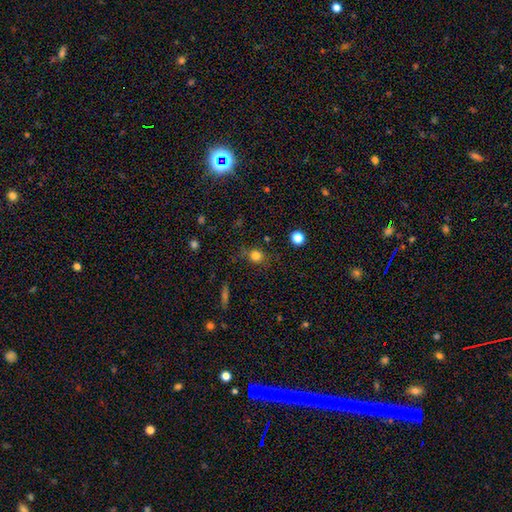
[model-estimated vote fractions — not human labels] A smooth galaxy with no disk features (79%) that is round (82%).

Vote fractions:
- Smooth or featured? smooth: 79% / star or artifact: 14% / featured or disk: 6%
- How rounded? round: 82% / in between: 17% / cigar-shaped: 1%
- Merging? none: 76% / minor disturbance: 16% / major disturbance: 6% / merger: 3%